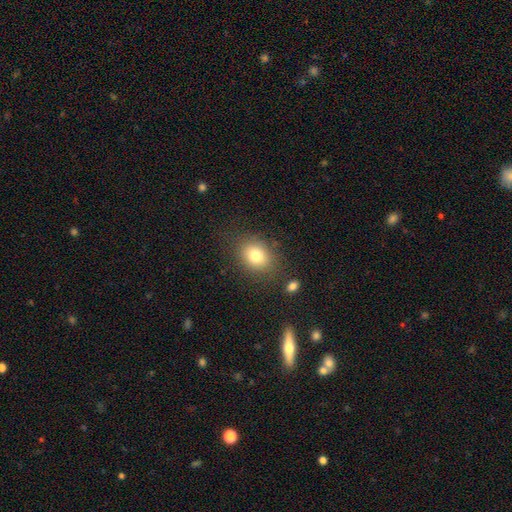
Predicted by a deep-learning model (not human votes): Q: Smooth or featured?
A: smooth (80%); runner-up: star or artifact (11%)
Q: How rounded?
A: in between (55%); runner-up: round (44%)
Q: Merging?
A: none (80%); runner-up: minor disturbance (12%)